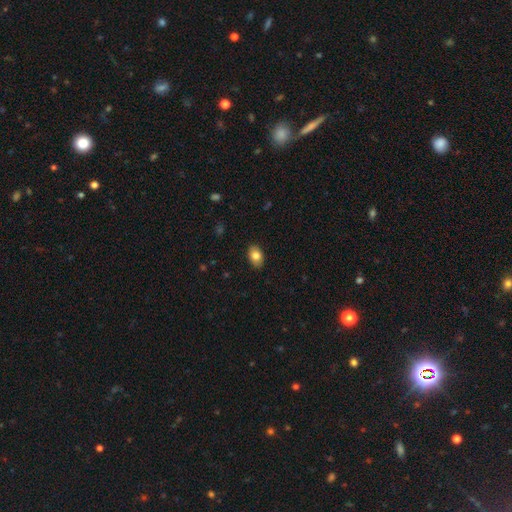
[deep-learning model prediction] smooth_or_featured: smooth (p=0.83) [alt: featured or disk p=0.09]
how_rounded: in between (p=0.85) [alt: round p=0.14]
merging: none (p=0.87) [alt: minor disturbance p=0.10]